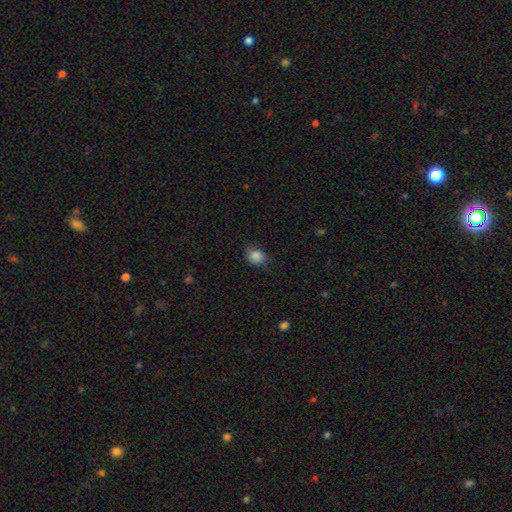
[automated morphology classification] The model was most divided on "how rounded": round: 53%, in between: 46%, cigar-shaped: 1%. More confident: smooth or featured — smooth (85%); merging — none (71%).